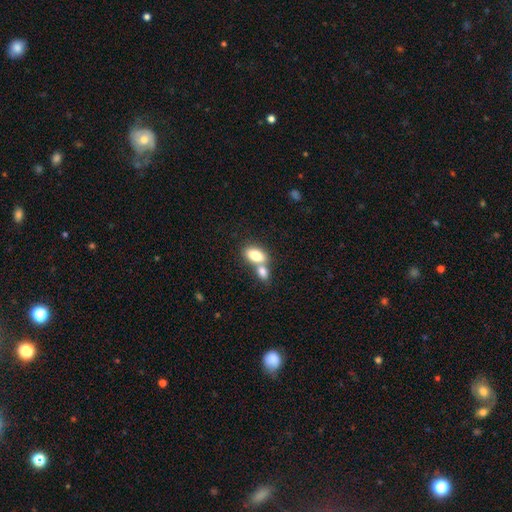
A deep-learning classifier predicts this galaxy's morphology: A smooth galaxy with no disk features (80%) that is in between round and cigar-shaped (88%). Merging: merger (58%).